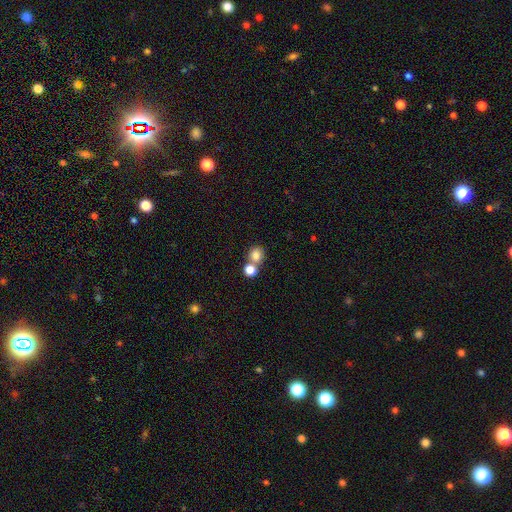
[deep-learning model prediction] smooth 81%, star or artifact 11%, featured or disk 8%. Down the decision tree: how rounded — round (81%); merging — none (49%).